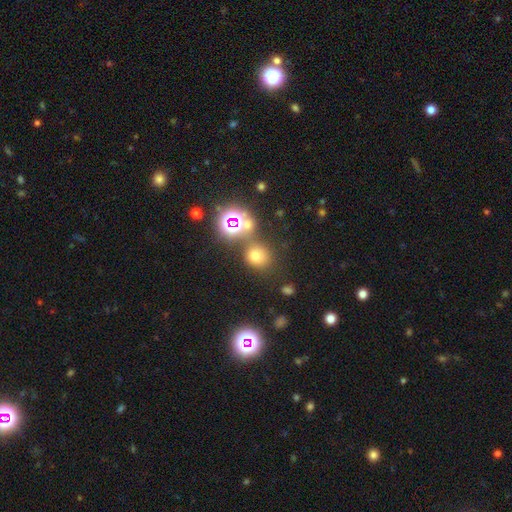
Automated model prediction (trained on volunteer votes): Smooth or featured: smooth — 63% (star or artifact — 28%)
How rounded: round — 84% (in between — 15%)
Merging: none — 72% (merger — 12%)